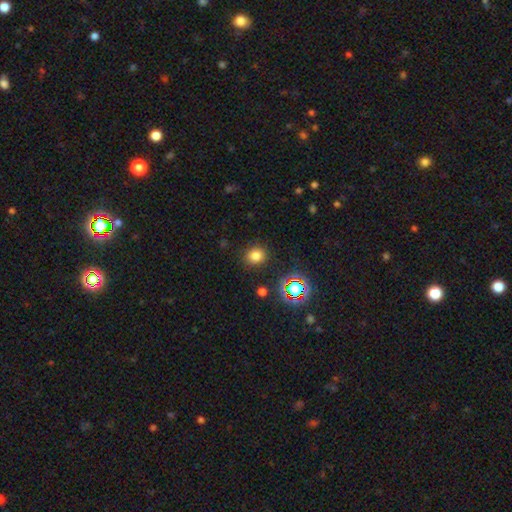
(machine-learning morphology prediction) Q: Smooth or featured?
A: smooth (76%); runner-up: star or artifact (18%)
Q: How rounded?
A: round (77%); runner-up: in between (22%)
Q: Merging?
A: none (87%); runner-up: minor disturbance (8%)